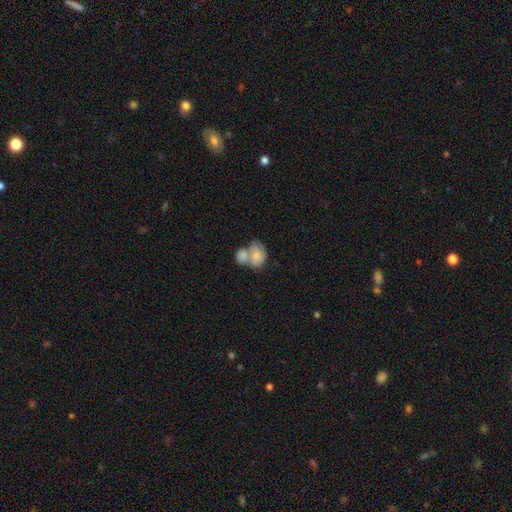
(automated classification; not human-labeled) smooth_or_featured: smooth (p=0.78) [alt: featured or disk p=0.16]
how_rounded: in between (p=0.63) [alt: round p=0.36]
merging: merger (p=0.70) [alt: none p=0.17]